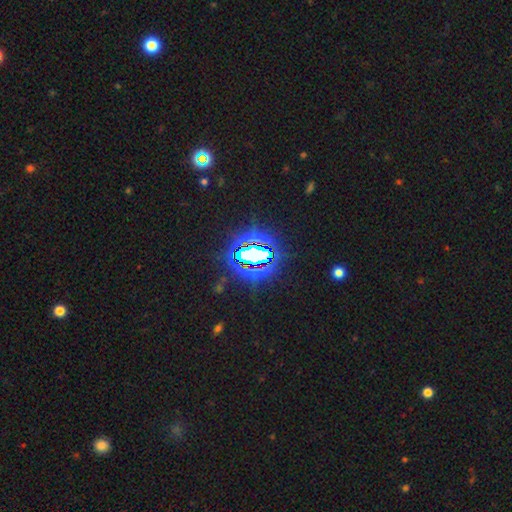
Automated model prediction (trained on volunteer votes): A star or artifact, not a galaxy (75%).